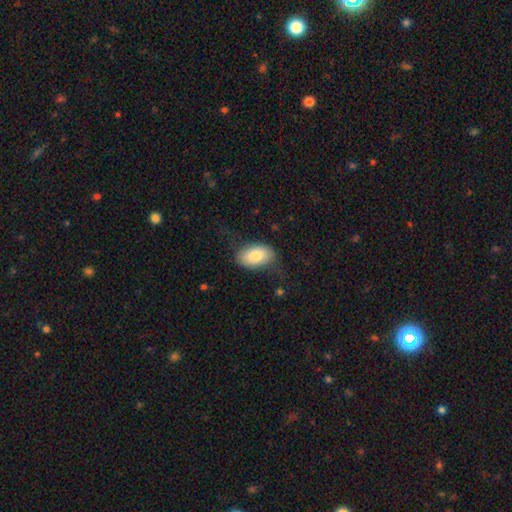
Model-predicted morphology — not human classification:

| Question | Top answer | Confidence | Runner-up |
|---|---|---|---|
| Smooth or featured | smooth | 80% | featured or disk (14%) |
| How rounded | in between | 92% | round (7%) |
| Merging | none | 64% | minor disturbance (23%) |